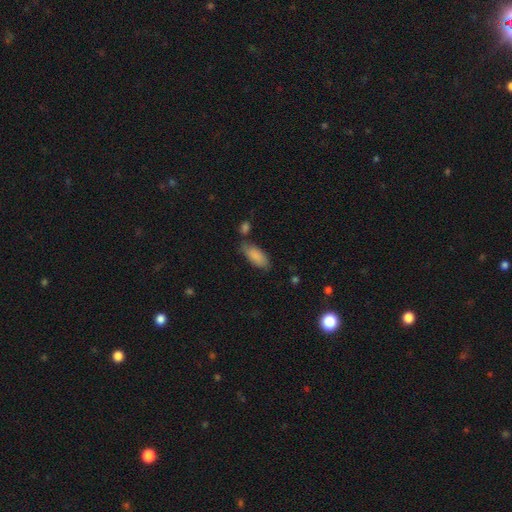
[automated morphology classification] smooth_or_featured: smooth (p=0.86) [alt: featured or disk p=0.08]
how_rounded: in between (p=0.85) [alt: cigar-shaped p=0.13]
merging: none (p=0.62) [alt: minor disturbance p=0.22]